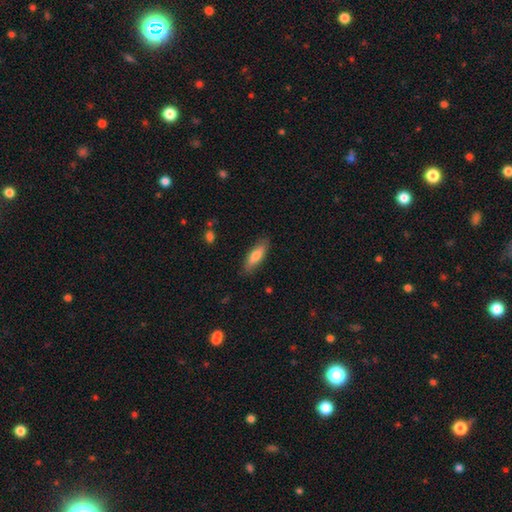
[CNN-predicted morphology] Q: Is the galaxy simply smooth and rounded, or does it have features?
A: smooth — 78%.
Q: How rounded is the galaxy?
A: cigar-shaped — 51%.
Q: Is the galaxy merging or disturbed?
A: none — 84%.